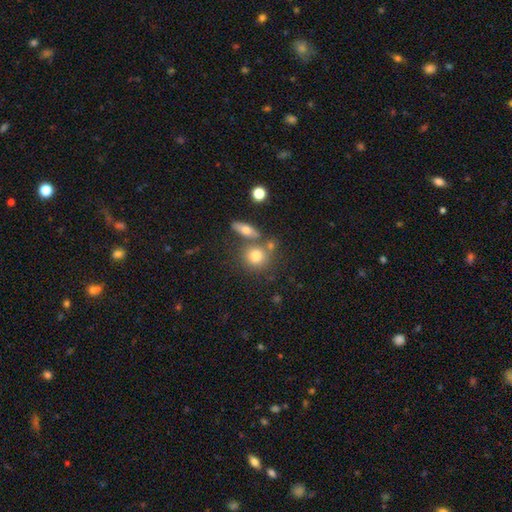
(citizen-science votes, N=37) Volunteers were most divided on "how rounded": round: 73%, in between: 24%, cigar-shaped: 3%. More confident: smooth or featured — smooth (89%); merging — none (72%).